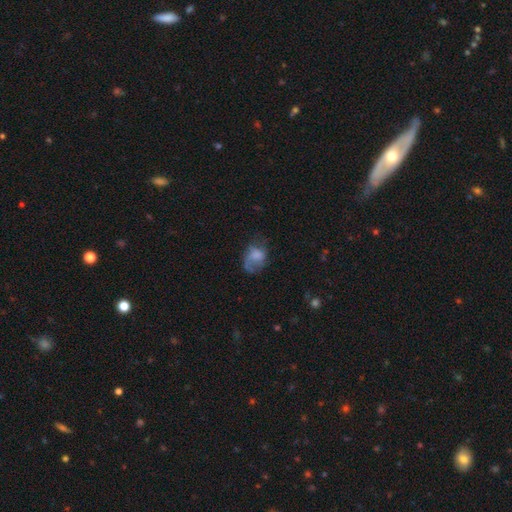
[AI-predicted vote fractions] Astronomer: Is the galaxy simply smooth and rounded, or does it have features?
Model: smooth — 53% (runner-up: featured or disk, 36%).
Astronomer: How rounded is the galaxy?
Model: in between — 65%.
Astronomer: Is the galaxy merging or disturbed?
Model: none — 37% (runner-up: major disturbance, 35%).